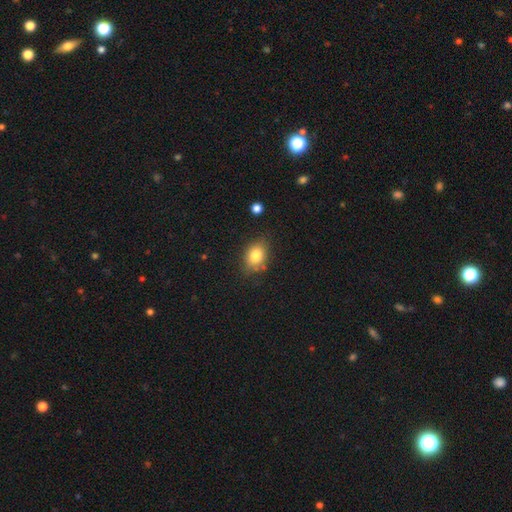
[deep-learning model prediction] The model was most divided on "how rounded": in between: 67%, round: 32%, cigar-shaped: 1%. More confident: smooth or featured — smooth (80%); merging — none (77%).